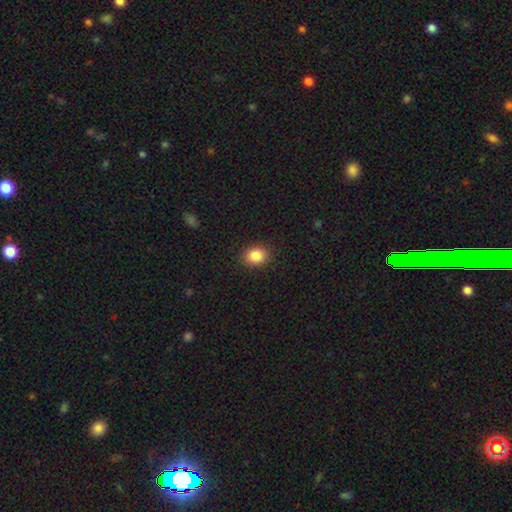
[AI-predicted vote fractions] Smooth or featured? Predicted: smooth (p=0.86). How rounded? Predicted: round (p=0.53). Merging? Predicted: none (p=0.89).